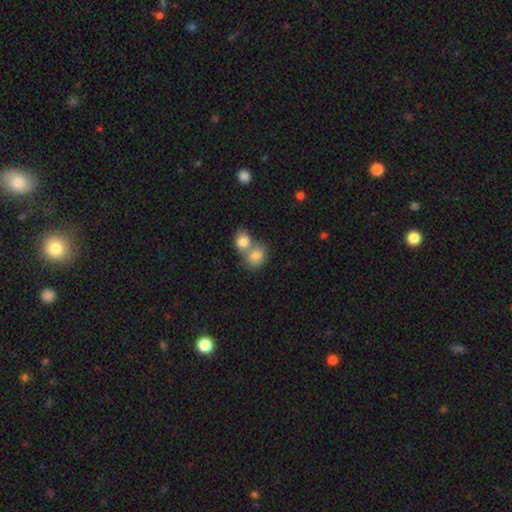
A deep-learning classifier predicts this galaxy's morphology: This appears to be a smooth galaxy with no disk features (81%) that is round (59%). Merging: merger (63%).